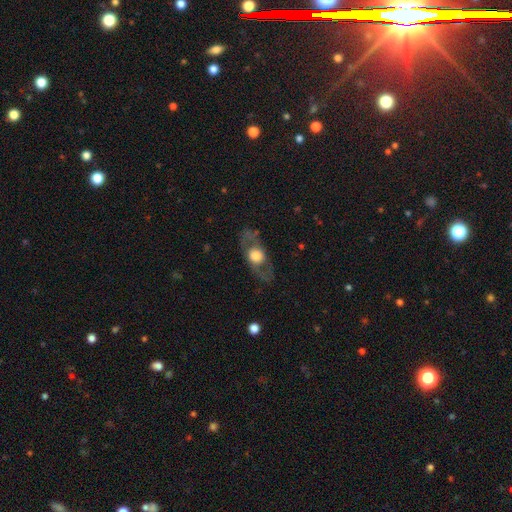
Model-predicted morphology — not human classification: featured or disk 57%, smooth 36%, star or artifact 6%. Down the decision tree: edge-on disk — no (67%); merging — none (76%).